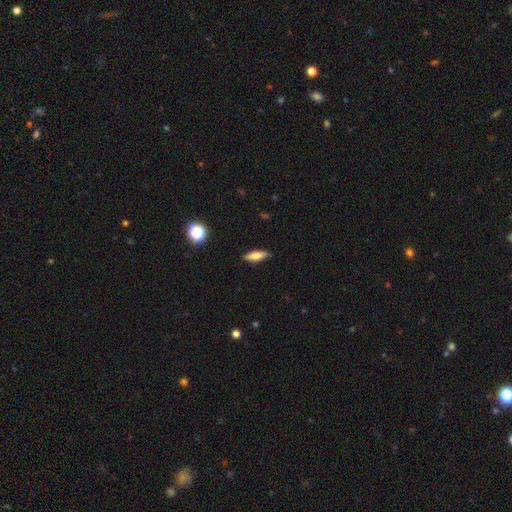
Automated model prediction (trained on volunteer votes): Q: Smooth or featured?
A: smooth (75%); runner-up: featured or disk (17%)
Q: How rounded?
A: cigar-shaped (50%); runner-up: in between (47%)
Q: Merging?
A: none (88%); runner-up: minor disturbance (9%)